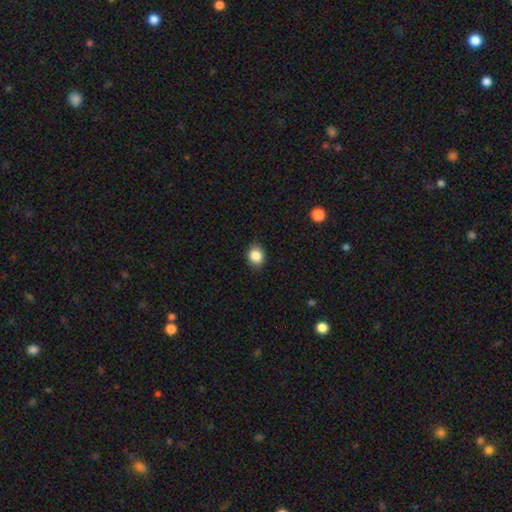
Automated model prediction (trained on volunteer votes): smooth_or_featured: smooth (p=0.86) [alt: star or artifact p=0.09]
how_rounded: round (p=0.57) [alt: in between p=0.42]
merging: none (p=0.87) [alt: minor disturbance p=0.10]